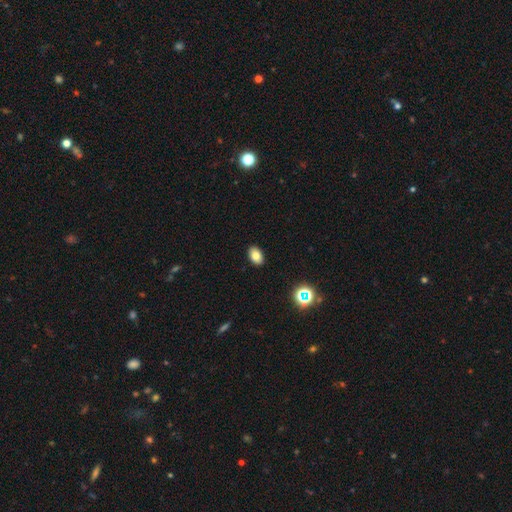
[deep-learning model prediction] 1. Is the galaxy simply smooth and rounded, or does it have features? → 80% smooth, 11% star or artifact, 8% featured or disk.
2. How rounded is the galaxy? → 88% in between, 11% round, 1% cigar-shaped.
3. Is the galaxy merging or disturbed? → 90% none, 7% minor disturbance, 2% major disturbance, 1% merger.